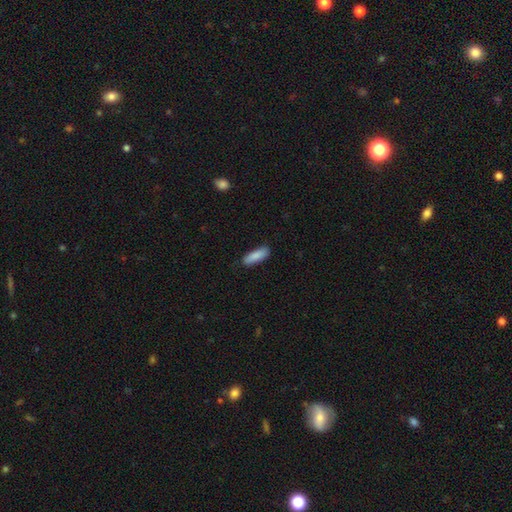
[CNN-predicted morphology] Smooth or featured? Predicted: smooth (p=0.88). How rounded? Predicted: in between (p=0.55). Merging? Predicted: none (p=0.85).